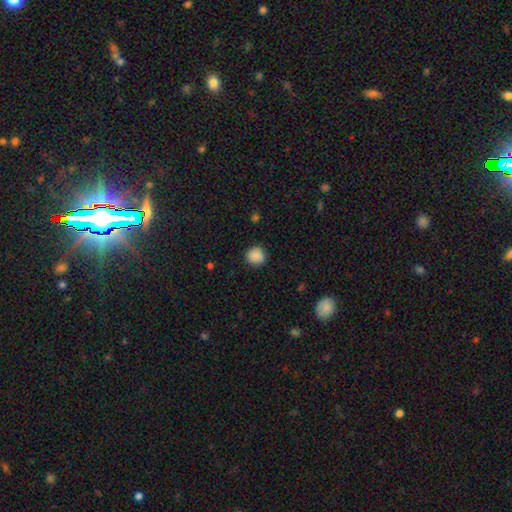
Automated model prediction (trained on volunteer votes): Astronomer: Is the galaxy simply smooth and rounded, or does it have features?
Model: smooth — 88%.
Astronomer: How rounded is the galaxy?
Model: round — 89%.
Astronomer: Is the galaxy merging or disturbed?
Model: none — 87%.